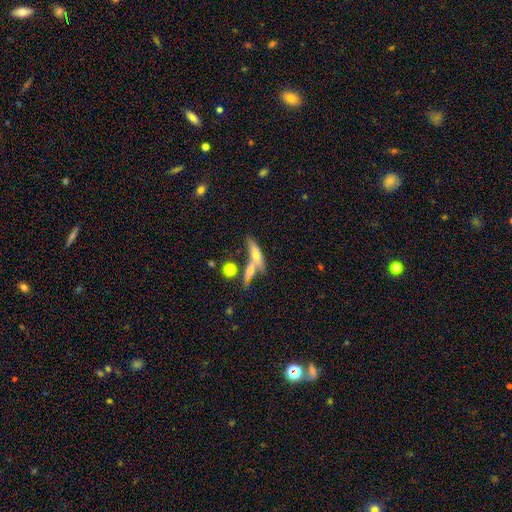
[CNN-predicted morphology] Q: Smooth or featured?
A: smooth (56%); runner-up: featured or disk (35%)
Q: How rounded?
A: cigar-shaped (61%); runner-up: in between (35%)
Q: Merging?
A: merger (46%); runner-up: none (34%)